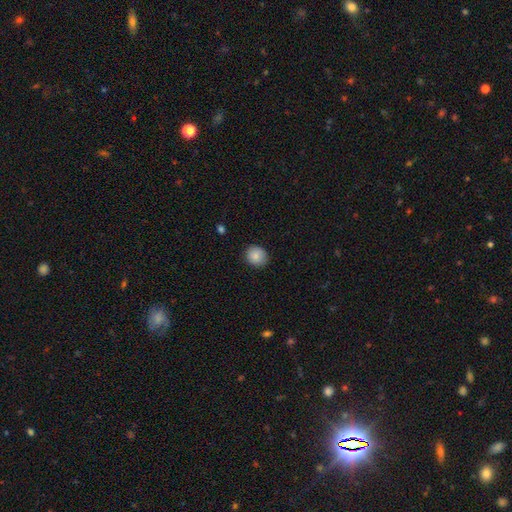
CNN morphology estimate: A smooth galaxy with no disk features (86%) that is round (77%).

Vote fractions:
- Smooth or featured? smooth: 86% / star or artifact: 8% / featured or disk: 6%
- How rounded? round: 77% / in between: 22% / cigar-shaped: 1%
- Merging? none: 86% / minor disturbance: 11% / major disturbance: 2% / merger: 1%